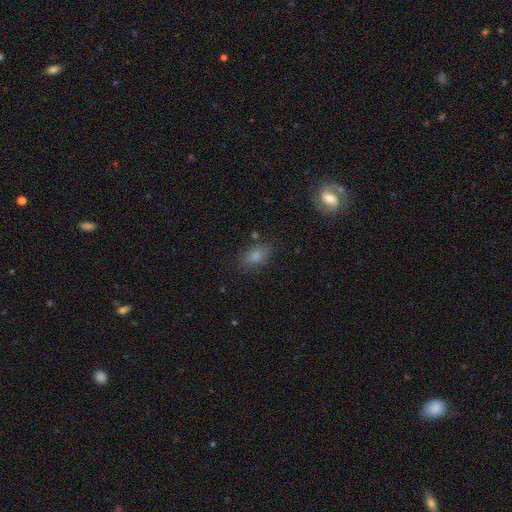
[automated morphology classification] The model was most divided on "smooth or featured": smooth: 69%, star or artifact: 17%, featured or disk: 14%. More confident: merging — none (81%); how rounded — in between (75%).